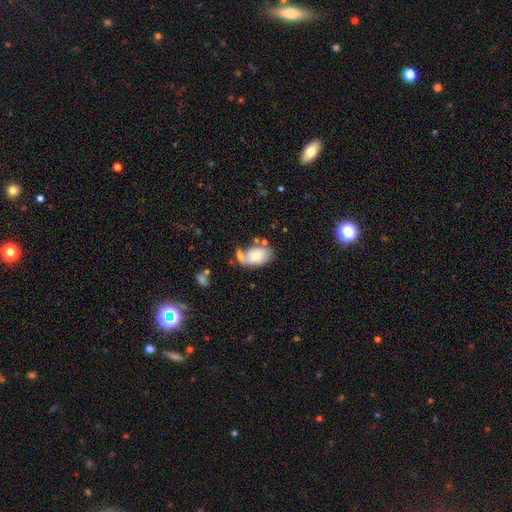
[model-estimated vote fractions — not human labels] A smooth galaxy with no disk features (66%) that is in between round and cigar-shaped (91%).

Vote fractions:
- Smooth or featured? smooth: 66% / featured or disk: 27% / star or artifact: 7%
- How rounded? in between: 91% / round: 7% / cigar-shaped: 2%
- Merging? none: 36% / merger: 24% / minor disturbance: 24% / major disturbance: 16%